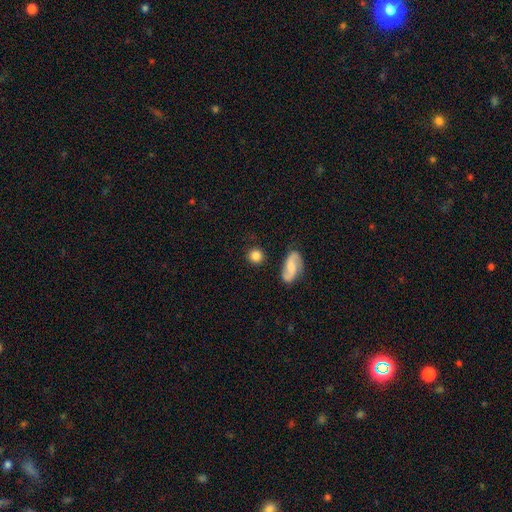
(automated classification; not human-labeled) Smooth or featured? smooth (75%)
How rounded? round (87%)
Merging? none (83%)